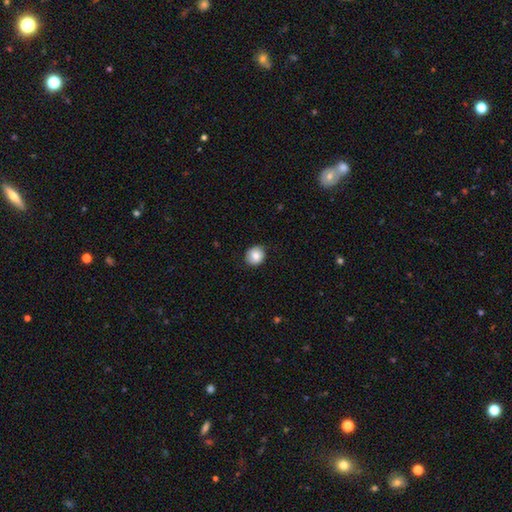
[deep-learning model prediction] Q: Smooth or featured?
A: smooth (81%); runner-up: featured or disk (11%)
Q: How rounded?
A: round (83%); runner-up: in between (16%)
Q: Merging?
A: none (85%); runner-up: minor disturbance (12%)